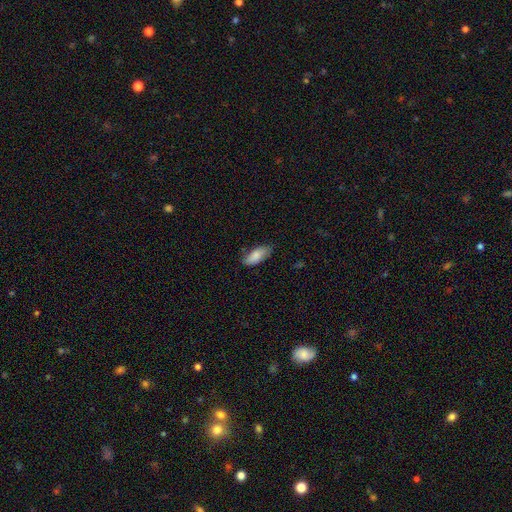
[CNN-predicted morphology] smooth 85%, featured or disk 9%, star or artifact 6%. Down the decision tree: how rounded — in between (83%); merging — none (75%).